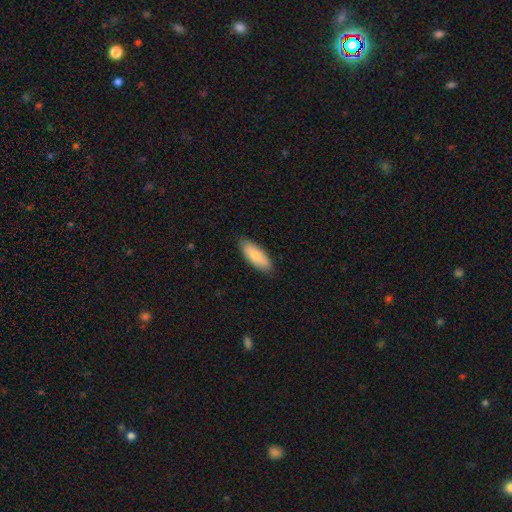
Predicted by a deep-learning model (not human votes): smooth-or-featured: smooth: 83% | featured or disk: 11% | star or artifact: 5%
  how-rounded: in between: 77% | cigar-shaped: 22% | round: 2%
  merging: none: 85% | minor disturbance: 12% | major disturbance: 2% | merger: 1%